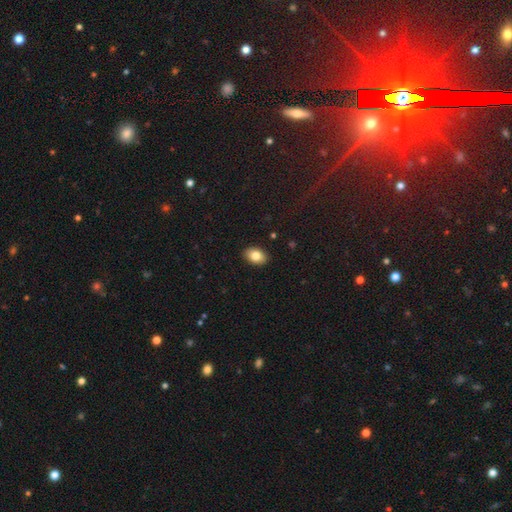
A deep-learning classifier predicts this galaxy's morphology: Smooth or featured?
  - smooth: 84% *
  - featured or disk: 9%
  - star or artifact: 8%
How rounded?
  - in between: 84% *
  - round: 15%
  - cigar-shaped: 1%
Merging?
  - none: 90% *
  - minor disturbance: 8%
  - major disturbance: 2%
  - merger: 1%